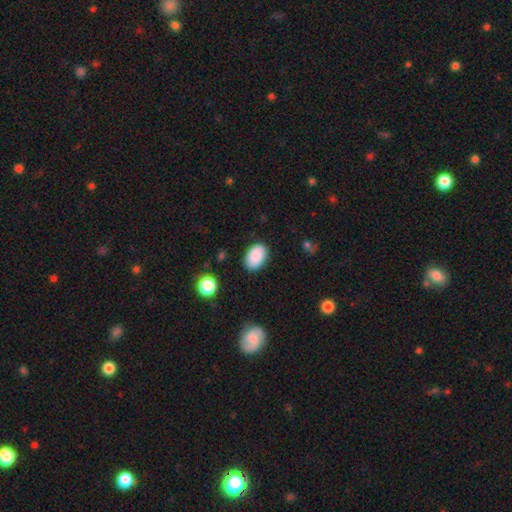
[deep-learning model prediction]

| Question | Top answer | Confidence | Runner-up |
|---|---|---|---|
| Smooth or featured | smooth | 89% | star or artifact (7%) |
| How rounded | in between | 88% | round (10%) |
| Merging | none | 85% | minor disturbance (11%) |